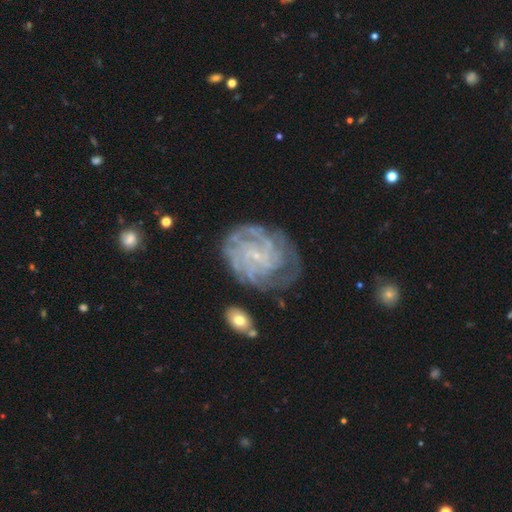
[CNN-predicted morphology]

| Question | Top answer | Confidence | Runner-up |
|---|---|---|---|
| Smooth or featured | featured or disk | 84% | smooth (8%) |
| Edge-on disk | no | 97% | yes (3%) |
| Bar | no | 62% | weak (31%) |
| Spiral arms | yes | 94% | no (6%) |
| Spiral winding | tight | 68% | medium (25%) |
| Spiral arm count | can't tell | 33% | 4 (24%) |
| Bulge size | small | 84% | none (9%) |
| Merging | none | 67% | minor disturbance (20%) |